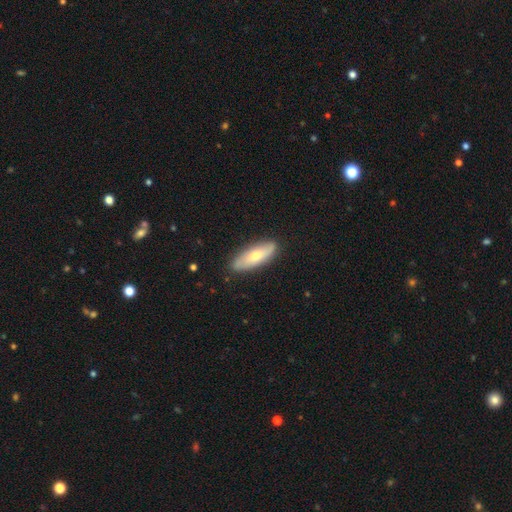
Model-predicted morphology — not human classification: Overall: smooth (59%; featured or disk 35%). How rounded: in between (63%; cigar-shaped 34%). Merging: none (86%).